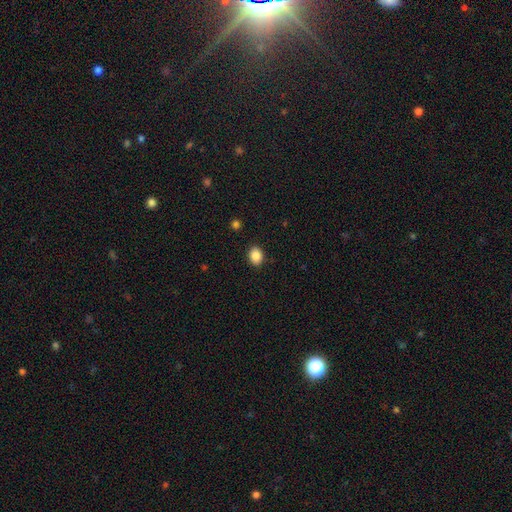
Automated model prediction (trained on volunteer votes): This appears to be a smooth galaxy with no disk features (88%) that is in between round and cigar-shaped (53%). Merging: none (89%).